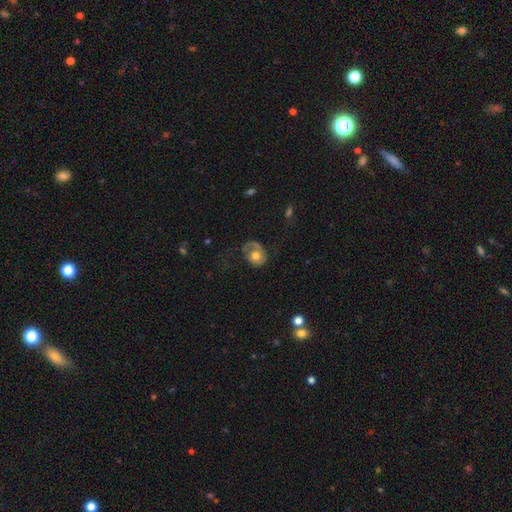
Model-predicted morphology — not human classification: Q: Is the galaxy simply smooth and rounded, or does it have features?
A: featured or disk — 49%.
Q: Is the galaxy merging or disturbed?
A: none — 45%.